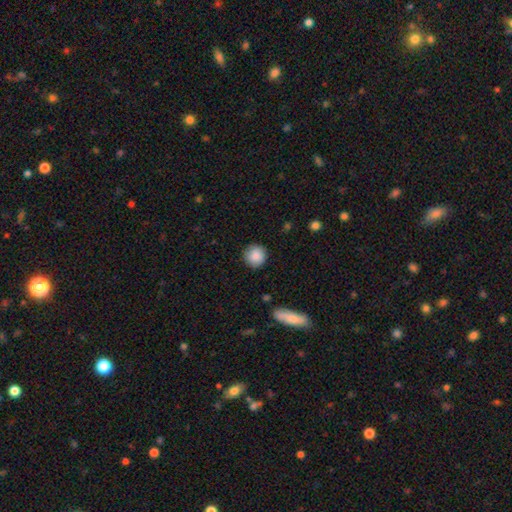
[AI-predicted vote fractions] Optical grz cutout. It shows a smooth galaxy with no disk features (87%) that is round (93%). Merging: none (87%).